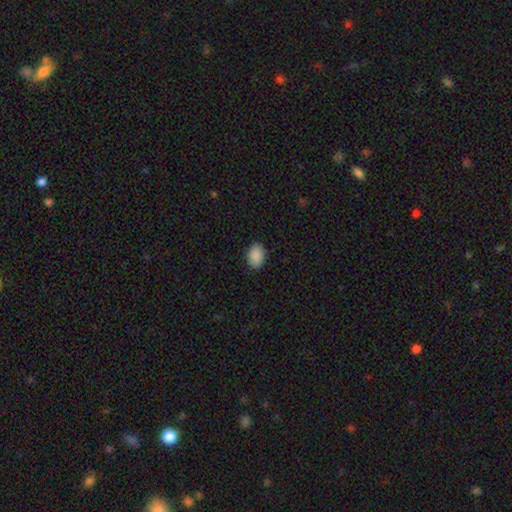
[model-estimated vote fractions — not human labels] A smooth galaxy with no disk features (90%) that is in between round and cigar-shaped (81%).

Vote fractions:
- Smooth or featured? smooth: 90% / star or artifact: 7% / featured or disk: 3%
- How rounded? in between: 81% / round: 18% / cigar-shaped: 1%
- Merging? none: 89% / minor disturbance: 8% / major disturbance: 2% / merger: 1%